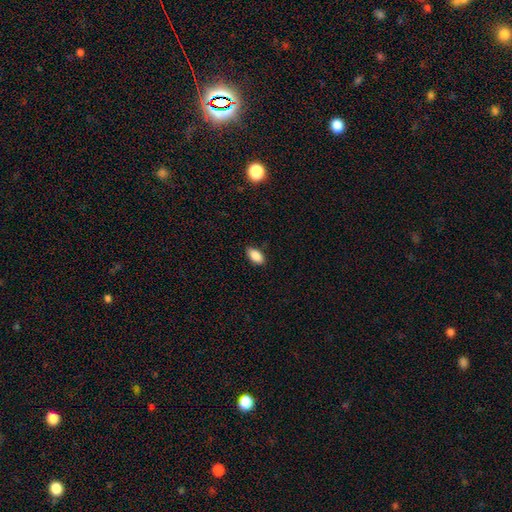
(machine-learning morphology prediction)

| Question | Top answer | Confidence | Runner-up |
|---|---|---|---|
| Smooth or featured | smooth | 88% | star or artifact (7%) |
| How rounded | in between | 92% | cigar-shaped (4%) |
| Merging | none | 87% | minor disturbance (10%) |